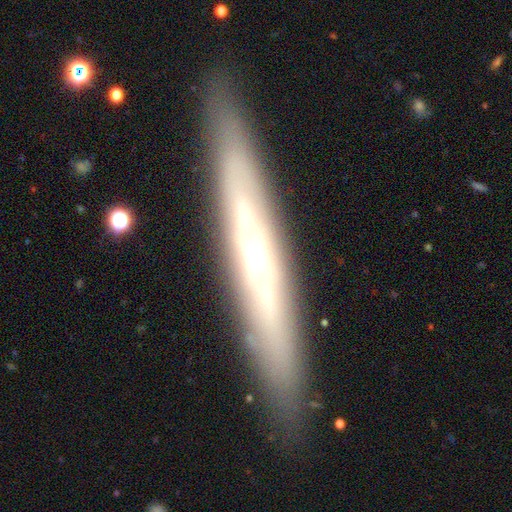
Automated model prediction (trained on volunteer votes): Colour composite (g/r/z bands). It shows a featured or disk galaxy (75%) viewed edge-on (77%) with a rounded central bulge (66%). Merging: none (88%).